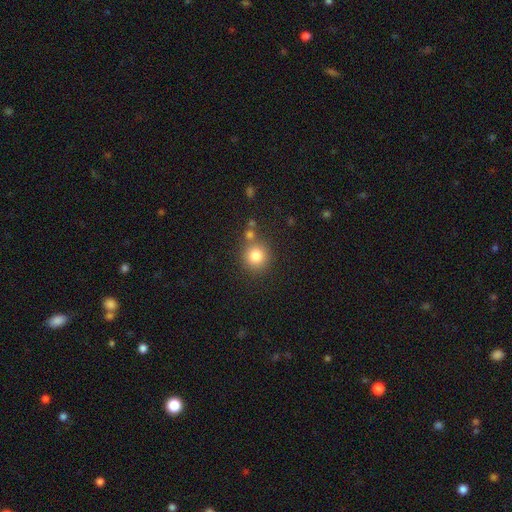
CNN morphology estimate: smooth 81%, star or artifact 11%, featured or disk 7%. Down the decision tree: how rounded — round (91%); merging — none (75%).